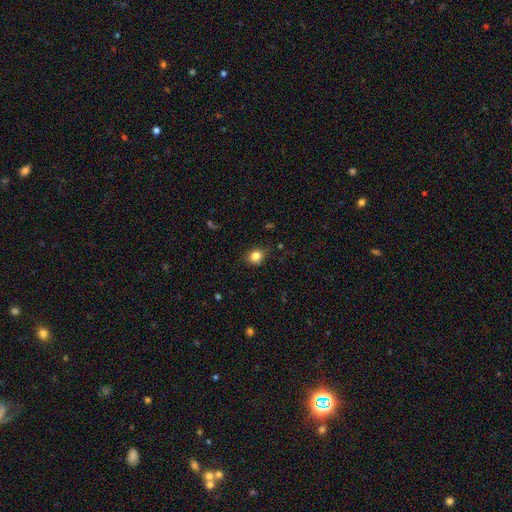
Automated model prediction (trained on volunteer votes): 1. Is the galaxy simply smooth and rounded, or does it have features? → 81% smooth, 12% star or artifact, 7% featured or disk.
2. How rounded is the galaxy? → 65% round, 33% in between, 1% cigar-shaped.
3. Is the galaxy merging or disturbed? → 79% none, 17% minor disturbance, 3% major disturbance, 1% merger.